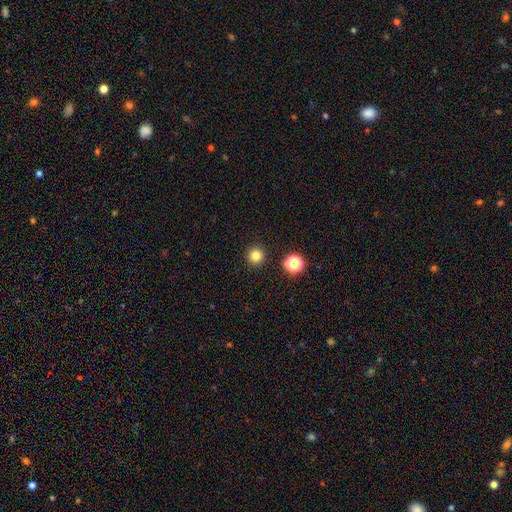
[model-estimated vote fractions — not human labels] The model was most divided on "smooth or featured": smooth: 80%, star or artifact: 15%, featured or disk: 5%. More confident: how rounded — round (96%); merging — none (92%).